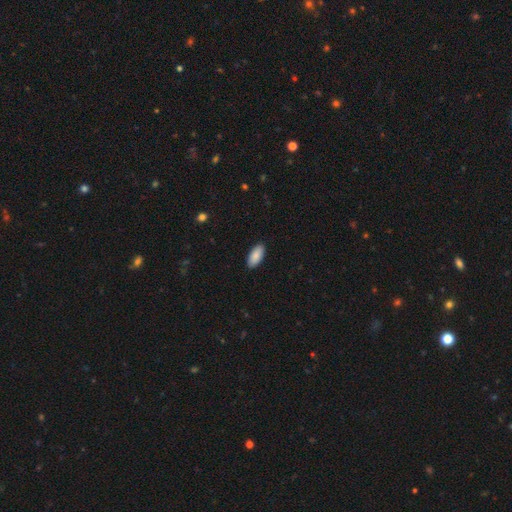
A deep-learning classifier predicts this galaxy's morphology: type=smooth (90%); roundness=in between (92%); merging=none (90%).